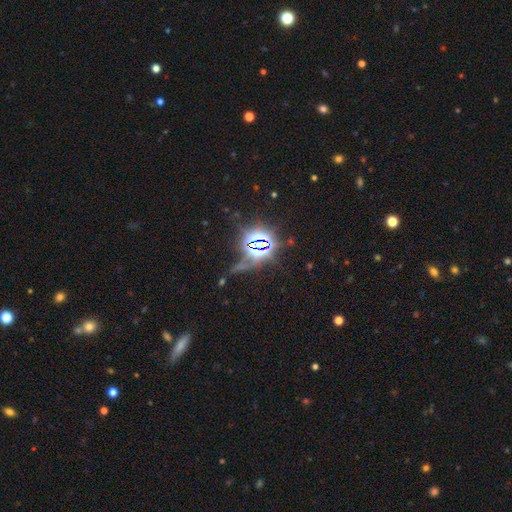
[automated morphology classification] Smooth or featured?
  - star or artifact: 78% *
  - smooth: 14%
  - featured or disk: 8%